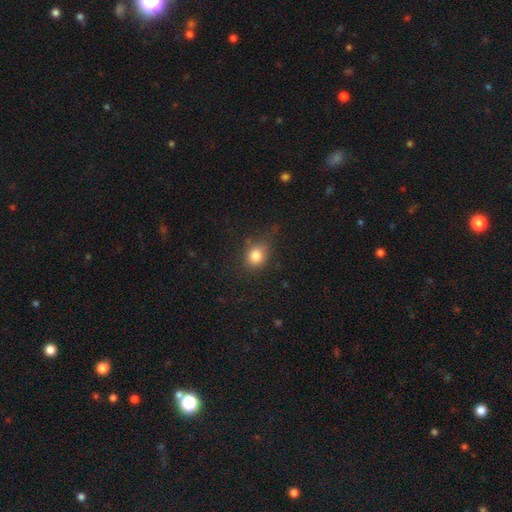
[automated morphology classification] Smooth or featured? smooth (82%)
How rounded? round (69%)
Merging? none (69%)